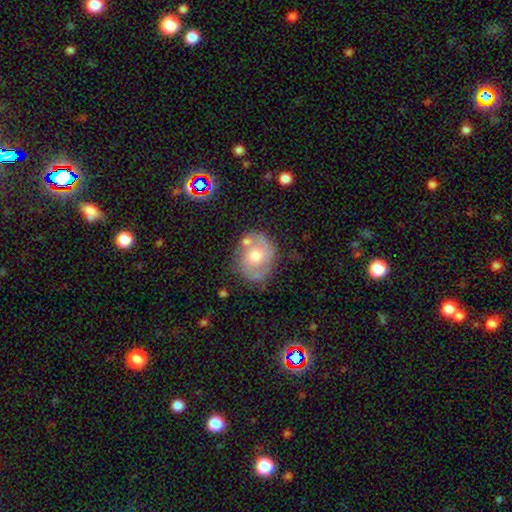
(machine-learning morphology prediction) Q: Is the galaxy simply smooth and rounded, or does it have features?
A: featured or disk — 59%.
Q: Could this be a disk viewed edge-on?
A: no — 96%.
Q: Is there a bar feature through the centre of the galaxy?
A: no — 68%.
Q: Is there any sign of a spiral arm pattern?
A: yes — 70%.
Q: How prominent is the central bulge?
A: moderate — 68%.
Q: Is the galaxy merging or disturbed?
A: none — 65%.